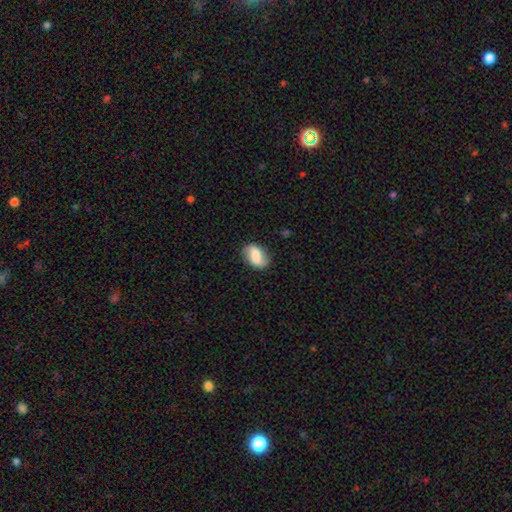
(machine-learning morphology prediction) Smooth or featured? smooth (47%)
Merging? none (81%)